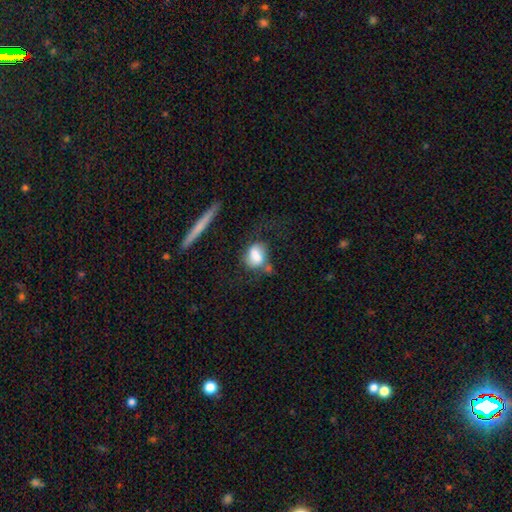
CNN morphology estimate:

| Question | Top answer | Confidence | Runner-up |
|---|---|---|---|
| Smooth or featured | smooth | 72% | featured or disk (20%) |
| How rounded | in between | 66% | round (29%) |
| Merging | none | 38% | minor disturbance (25%) |